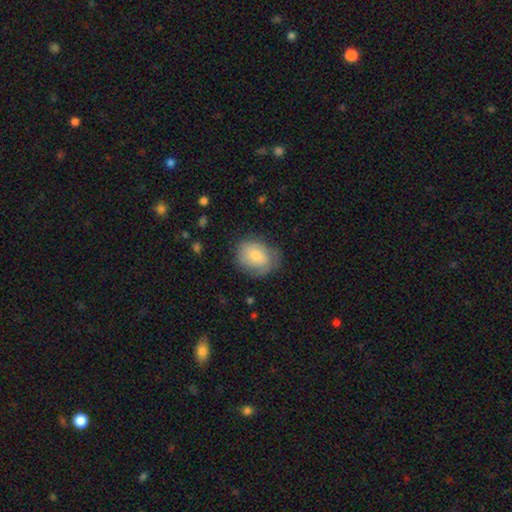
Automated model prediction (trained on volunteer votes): Smooth or featured? smooth (74%)
How rounded? round (51%)
Merging? none (66%)